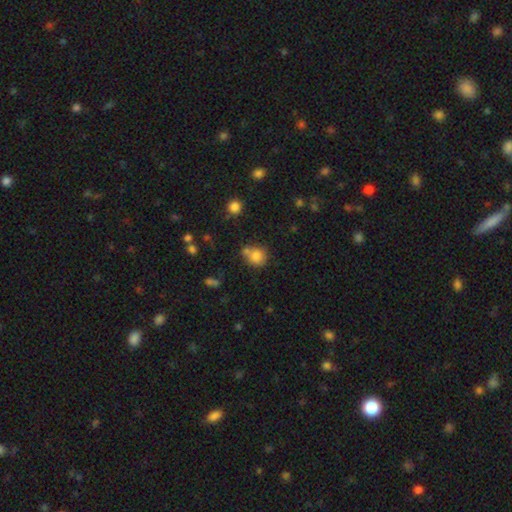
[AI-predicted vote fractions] Smooth or featured: smooth — 79% (star or artifact — 12%)
How rounded: round — 78% (in between — 21%)
Merging: none — 52% (merger — 28%)